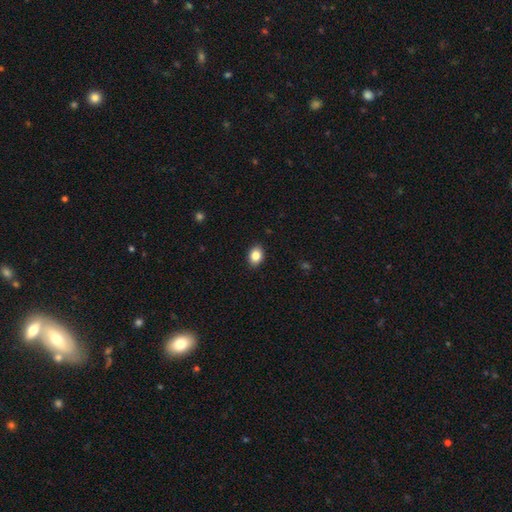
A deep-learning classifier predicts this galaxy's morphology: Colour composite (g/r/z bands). It shows a smooth galaxy with no disk features (86%) that is in between round and cigar-shaped (75%). Merging: none (89%).